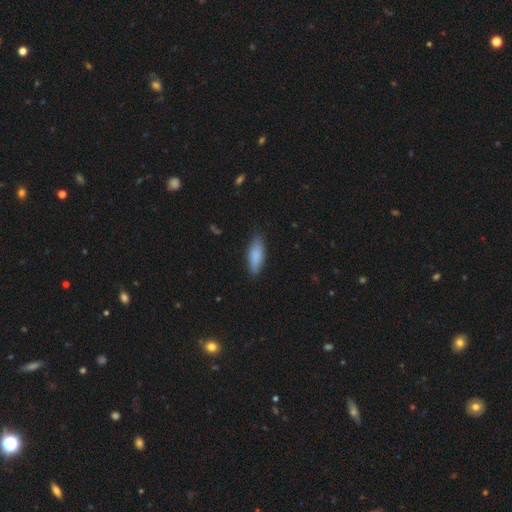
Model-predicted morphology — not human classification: Smooth or featured? smooth (85%)
How rounded? in between (64%)
Merging? none (83%)